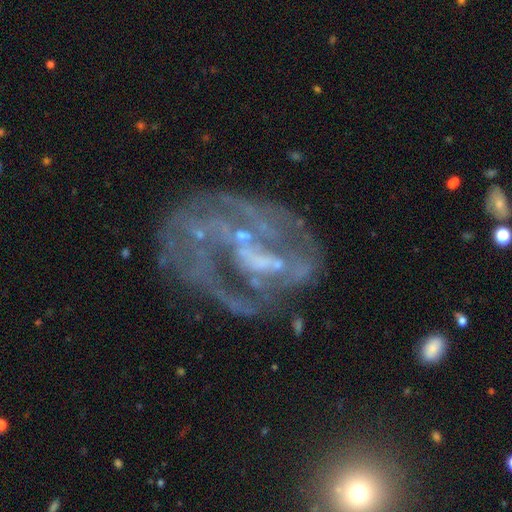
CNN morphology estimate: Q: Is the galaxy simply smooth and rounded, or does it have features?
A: featured or disk — 78%.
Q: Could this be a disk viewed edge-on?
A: no — 97%.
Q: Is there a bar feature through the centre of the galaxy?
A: no — 47%.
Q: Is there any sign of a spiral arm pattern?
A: yes — 56%.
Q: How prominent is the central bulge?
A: none — 55%.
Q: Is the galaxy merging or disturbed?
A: major disturbance — 38%.